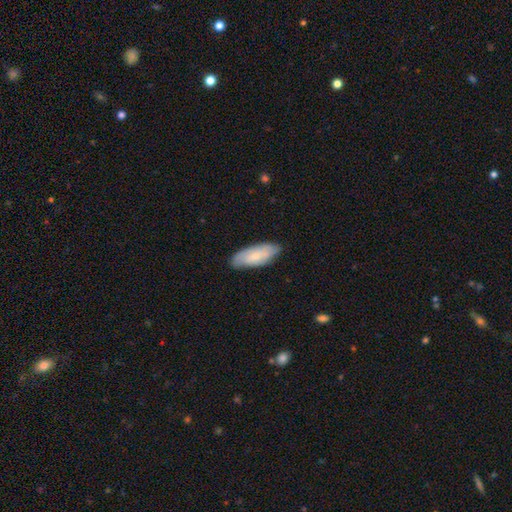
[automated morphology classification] The model was most divided on "smooth or featured": smooth: 69%, featured or disk: 26%, star or artifact: 6%. More confident: merging — none (82%); how rounded — in between (76%).